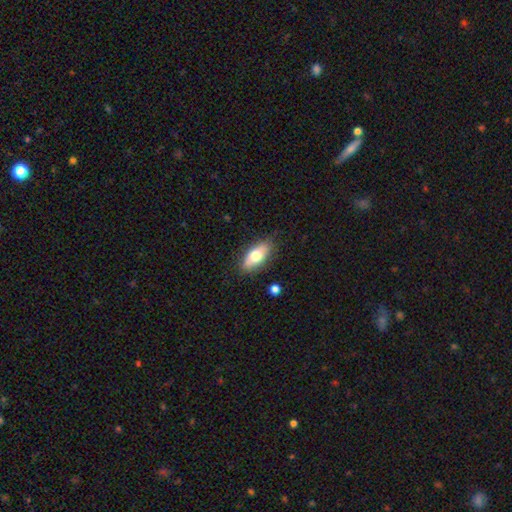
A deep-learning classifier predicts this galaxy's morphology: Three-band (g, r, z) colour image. It shows a smooth galaxy with no disk features (70%) that is in between round and cigar-shaped (83%). Merging: none (83%).